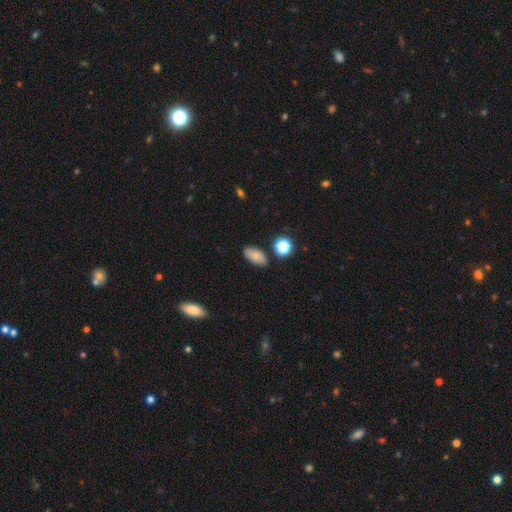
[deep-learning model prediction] A smooth galaxy with no disk features (79%) that is in between round and cigar-shaped (91%). Merging: none (81%).